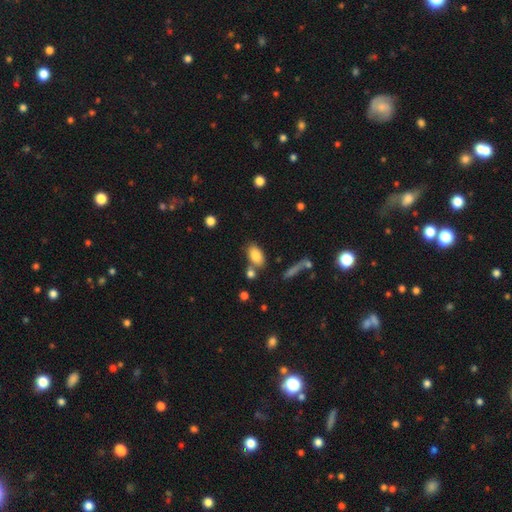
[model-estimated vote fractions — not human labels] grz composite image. It shows a smooth galaxy with no disk features (84%) that is in between round and cigar-shaped (90%). Merging: none (66%).